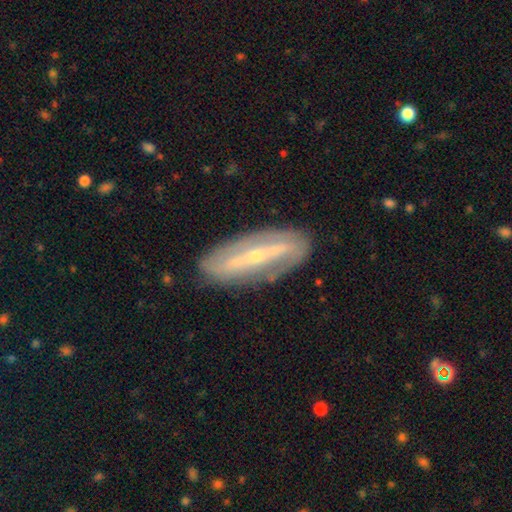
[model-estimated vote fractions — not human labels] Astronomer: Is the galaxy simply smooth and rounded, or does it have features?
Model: featured or disk — 79%.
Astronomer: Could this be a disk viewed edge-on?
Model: no — 73%.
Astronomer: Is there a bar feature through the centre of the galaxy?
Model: strong — 73%.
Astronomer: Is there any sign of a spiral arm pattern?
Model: yes — 66%.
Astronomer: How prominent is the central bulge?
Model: small — 70%.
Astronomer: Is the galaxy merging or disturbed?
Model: none — 84%.